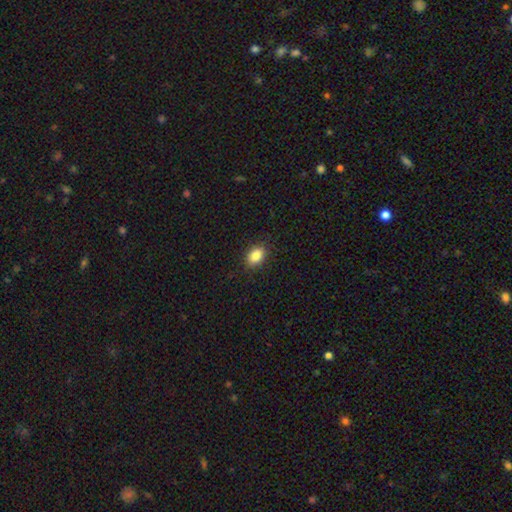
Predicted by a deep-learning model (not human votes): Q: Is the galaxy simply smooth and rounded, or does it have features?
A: smooth — 85%.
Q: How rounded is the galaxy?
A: in between — 76%.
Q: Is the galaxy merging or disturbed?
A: none — 87%.